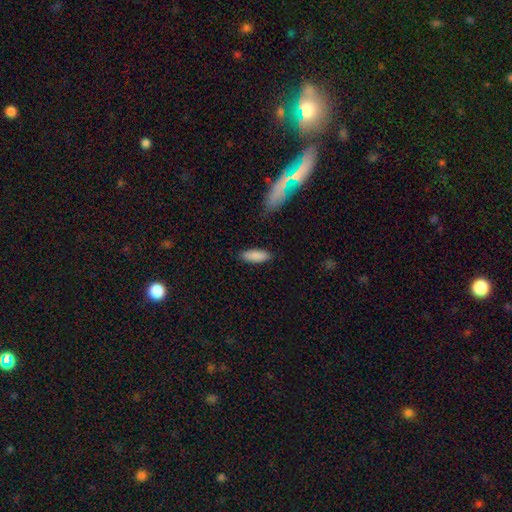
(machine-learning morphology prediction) Overall: smooth (87%). How rounded: in between (69%). Merging: none (84%).